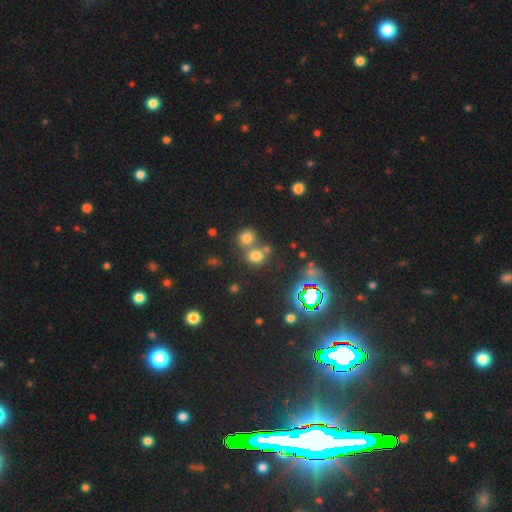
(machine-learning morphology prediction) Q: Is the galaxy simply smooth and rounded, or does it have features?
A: smooth — 67%.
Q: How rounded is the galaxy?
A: round — 78%.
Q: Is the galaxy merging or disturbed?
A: none — 55%.